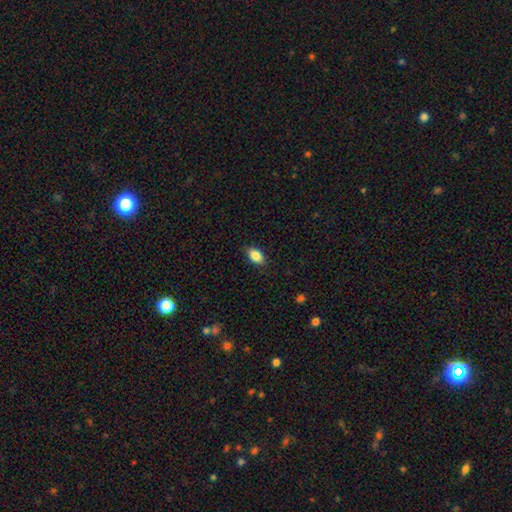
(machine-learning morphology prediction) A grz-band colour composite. It shows a smooth galaxy with no disk features (87%) that is in between round and cigar-shaped (91%). Merging: none (87%).